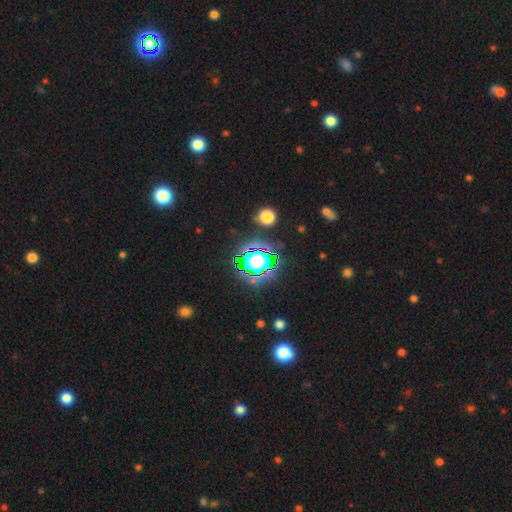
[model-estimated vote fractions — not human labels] smooth-or-featured: star or artifact: 64% | smooth: 24% | featured or disk: 12%